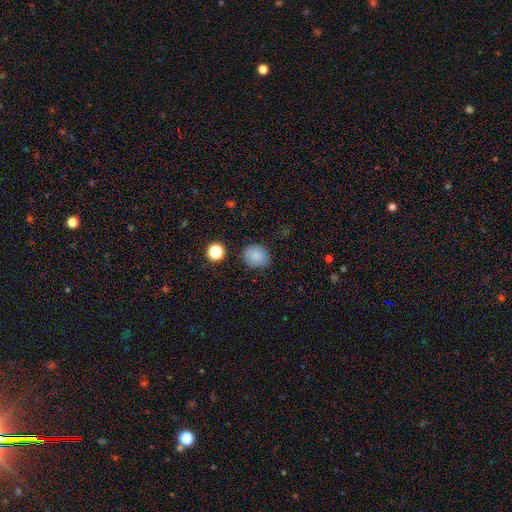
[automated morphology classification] Overall: smooth (85%). How rounded: round (72%). Merging: none (85%).